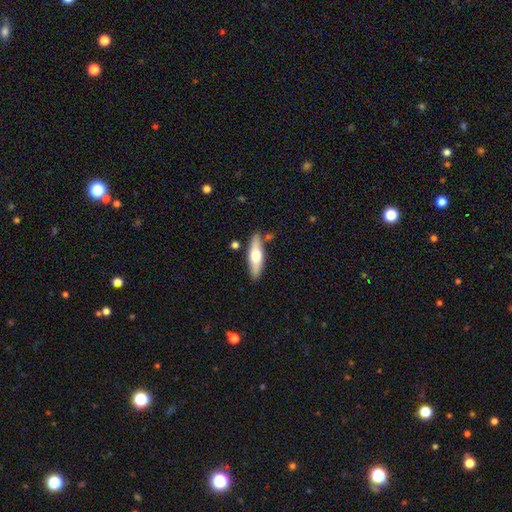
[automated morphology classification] A smooth galaxy with no disk features (53%) that is cigar-shaped (61%).

Vote fractions:
- Smooth or featured? smooth: 53% / featured or disk: 42% / star or artifact: 5%
- How rounded? cigar-shaped: 61% / in between: 37% / round: 2%
- Merging? none: 82% / minor disturbance: 11% / merger: 4% / major disturbance: 2%